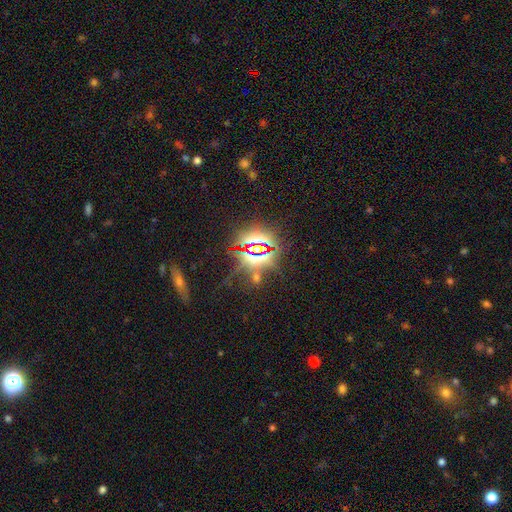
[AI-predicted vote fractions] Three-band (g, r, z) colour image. It shows a star or artifact, not a galaxy (81%).